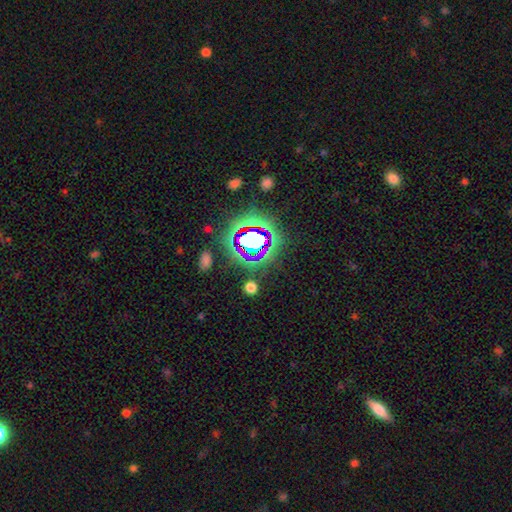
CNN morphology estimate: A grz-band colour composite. It shows a star or artifact, not a galaxy (81%).